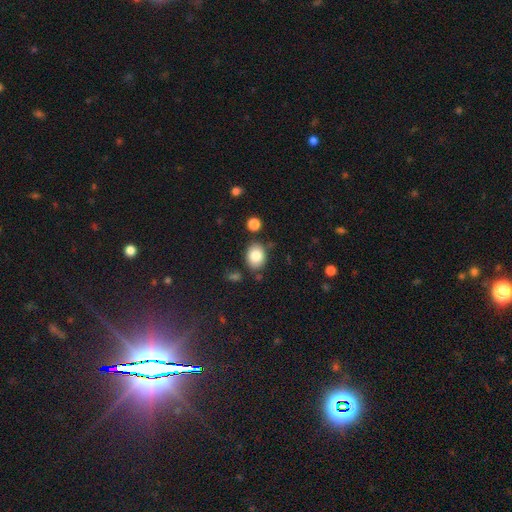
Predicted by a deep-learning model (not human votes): smooth_or_featured: smooth (p=0.84) [alt: star or artifact p=0.09]
how_rounded: in between (p=0.63) [alt: round p=0.36]
merging: none (p=0.79) [alt: minor disturbance p=0.12]